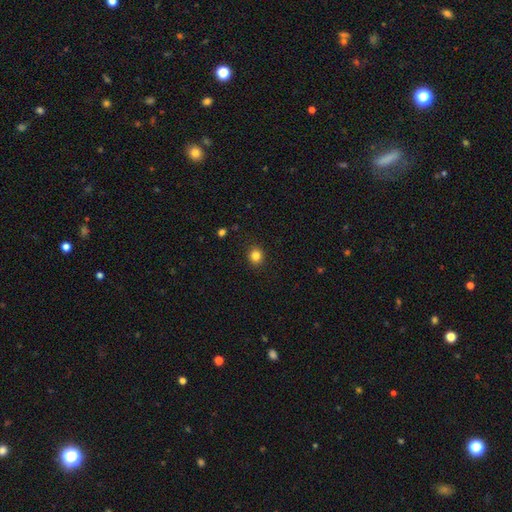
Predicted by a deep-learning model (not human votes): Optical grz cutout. It shows a smooth galaxy with no disk features (83%) that is round (83%). Merging: none (90%).